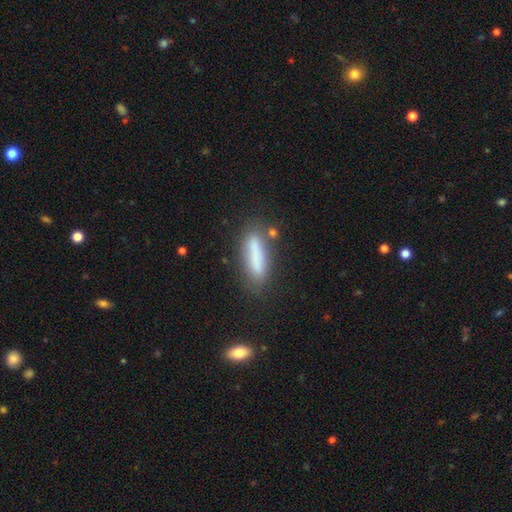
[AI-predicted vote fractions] smooth 77%, featured or disk 14%, star or artifact 8%. Down the decision tree: how rounded — cigar-shaped (74%); merging — none (72%).